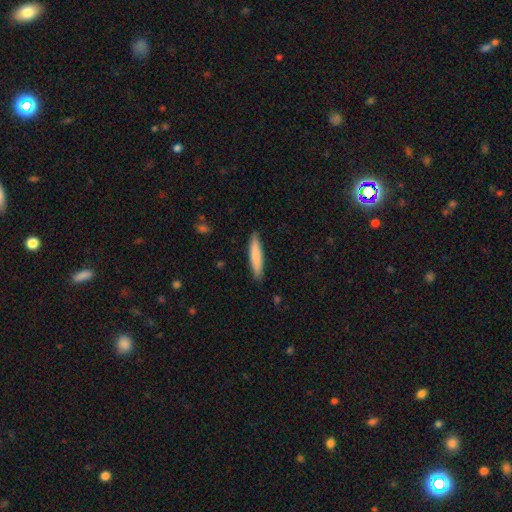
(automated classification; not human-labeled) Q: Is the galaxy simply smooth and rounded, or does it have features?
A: smooth — 81%.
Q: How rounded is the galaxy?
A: cigar-shaped — 87%.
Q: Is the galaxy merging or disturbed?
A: none — 89%.